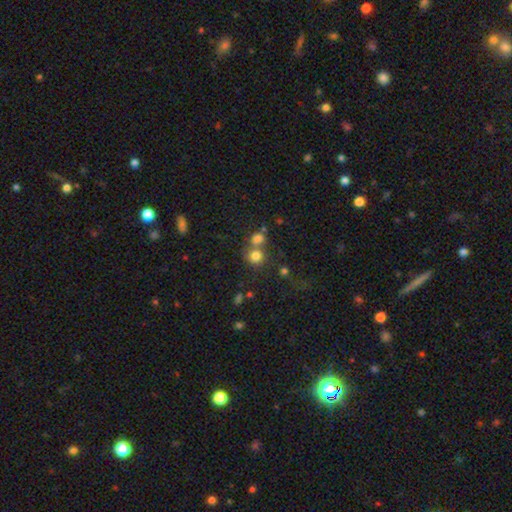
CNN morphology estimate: The model was most divided on "merging": none: 48%, merger: 39%, minor disturbance: 8%, major disturbance: 5%. More confident: how rounded — round (84%); smooth or featured — smooth (77%).